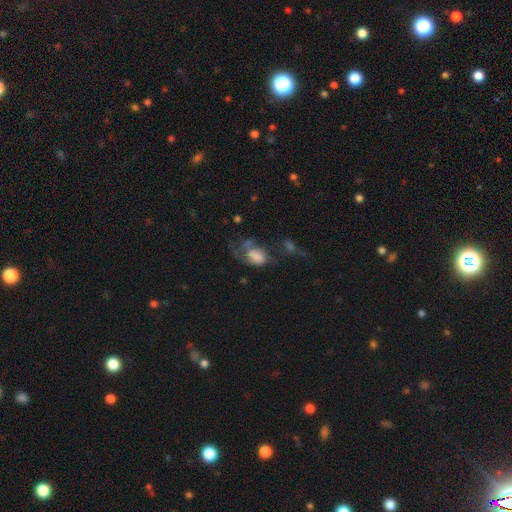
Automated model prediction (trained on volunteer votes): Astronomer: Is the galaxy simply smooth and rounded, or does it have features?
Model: smooth — 51% (runner-up: featured or disk, 38%).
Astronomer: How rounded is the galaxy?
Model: in between — 82%.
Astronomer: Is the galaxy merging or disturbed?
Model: major disturbance — 48%.